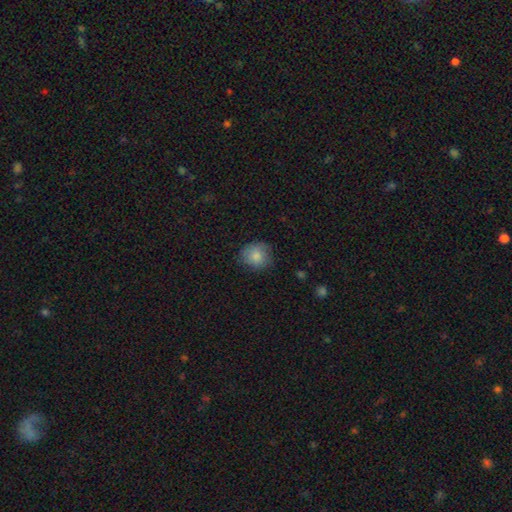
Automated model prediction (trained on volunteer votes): smooth 83%, featured or disk 9%, star or artifact 8%. Down the decision tree: how rounded — round (80%); merging — none (75%).